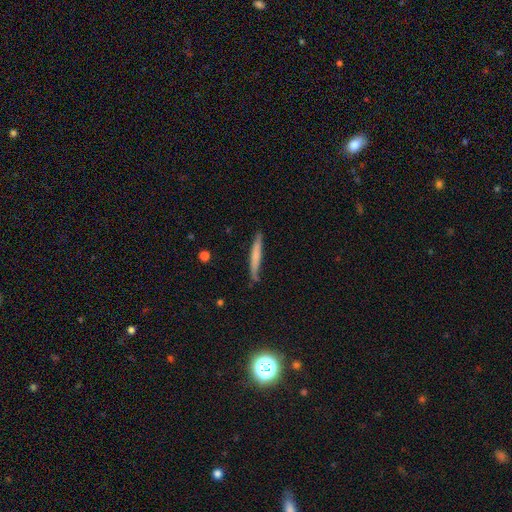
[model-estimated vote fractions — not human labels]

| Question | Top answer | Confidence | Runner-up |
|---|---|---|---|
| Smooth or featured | smooth | 62% | featured or disk (32%) |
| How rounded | cigar-shaped | 95% | in between (3%) |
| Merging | none | 82% | minor disturbance (14%) |